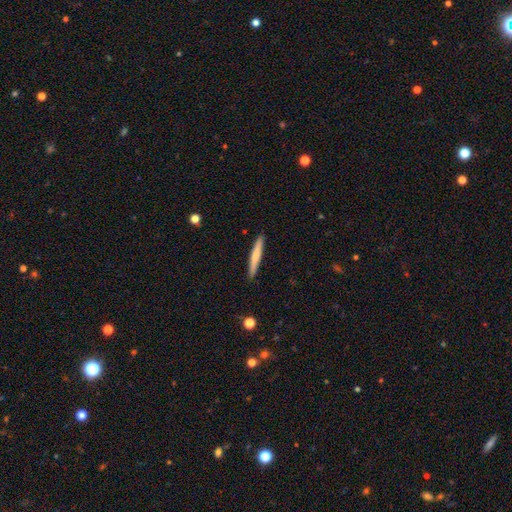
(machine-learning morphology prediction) Smooth or featured?
  - smooth: 66% *
  - featured or disk: 29%
  - star or artifact: 5%
How rounded?
  - cigar-shaped: 95% *
  - in between: 3%
  - round: 1%
Merging?
  - none: 91% *
  - minor disturbance: 7%
  - major disturbance: 1%
  - merger: 1%